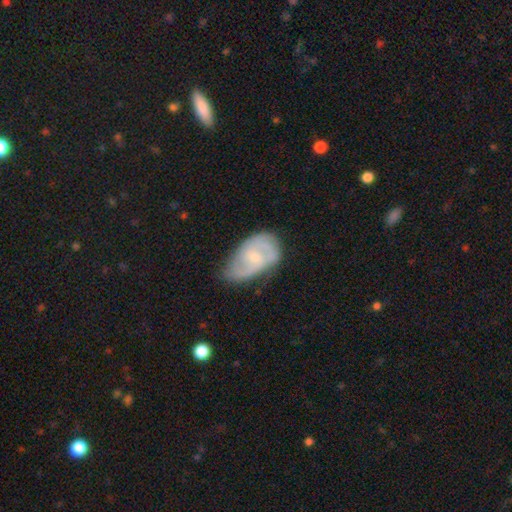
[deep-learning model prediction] featured or disk 70%, smooth 24%, star or artifact 6%. Down the decision tree: edge-on disk — no (97%); bar — no (53%); spiral arms — yes (88%); spiral arm count — 2 (59%); spiral winding — medium (47%); bulge size — small (65%); merging — none (51%).